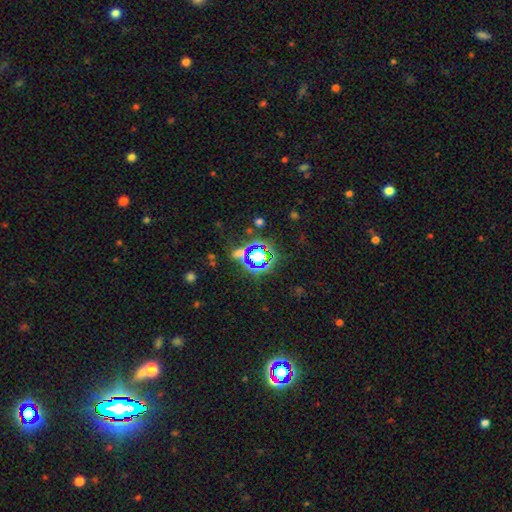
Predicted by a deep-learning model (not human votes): Smooth or featured? Predicted: star or artifact (p=0.65).